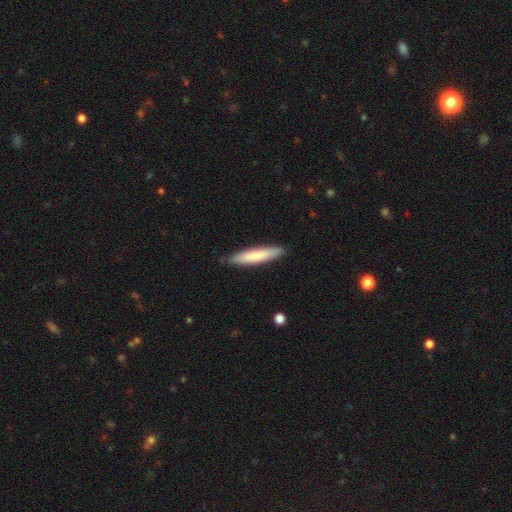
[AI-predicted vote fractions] Morphology: type=smooth (77%); roundness=cigar-shaped (89%); merging=none (88%).